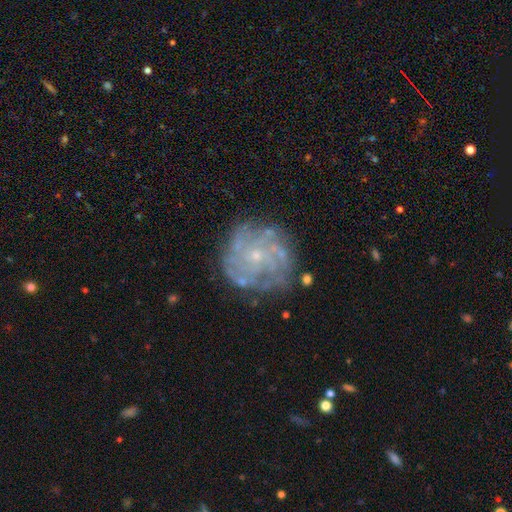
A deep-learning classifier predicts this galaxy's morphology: Overall: featured or disk (79%). Edge-on disk: no (98%). Bar: no (80%). Spiral arms: yes (84%). Spiral arm count: can't tell (40%; 4 20%). Spiral winding: tight (62%; medium 29%). Bulge size: small (81%). Merging: none (75%).